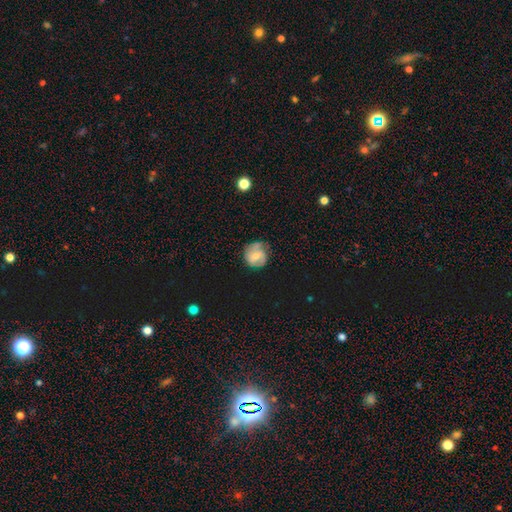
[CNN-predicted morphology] smooth-or-featured: featured or disk: 51% | smooth: 40% | star or artifact: 8%
  disk-edge-on: no: 97% | yes: 3%
  merging: none: 61% | minor disturbance: 28% | major disturbance: 9% | merger: 3%